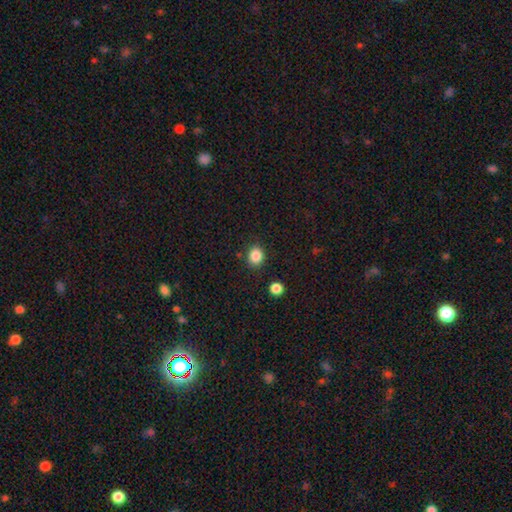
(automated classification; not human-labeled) This is clearly a smooth galaxy (86%). How rounded: likely round (63%). Merging: clearly none (85%).